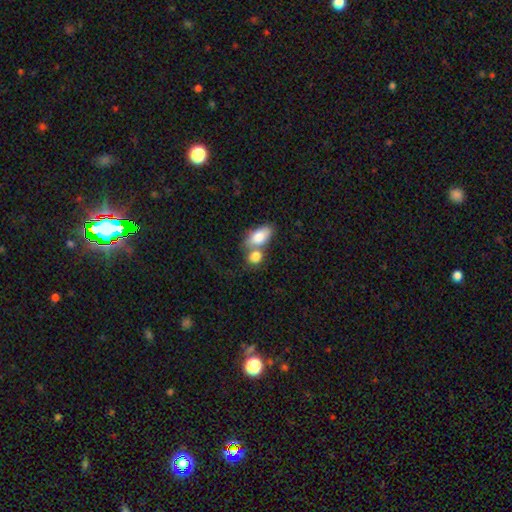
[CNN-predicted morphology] smooth-or-featured: smooth: 81% | featured or disk: 12% | star or artifact: 7%
  how-rounded: in between: 69% | round: 27% | cigar-shaped: 4%
  merging: merger: 55% | none: 31% | minor disturbance: 9% | major disturbance: 5%